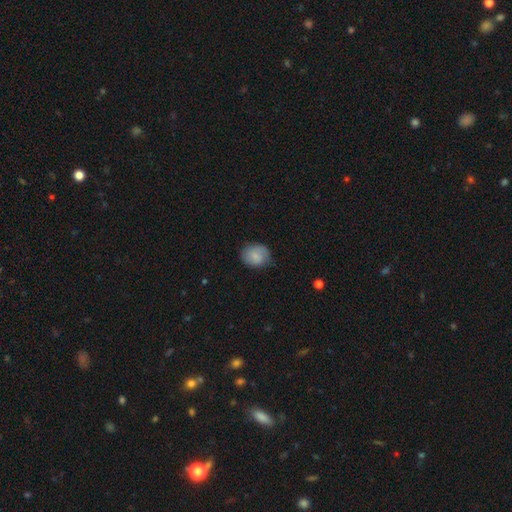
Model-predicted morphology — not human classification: The model was most divided on "how rounded": round: 55%, in between: 44%, cigar-shaped: 1%. More confident: smooth or featured — smooth (72%); merging — none (69%).